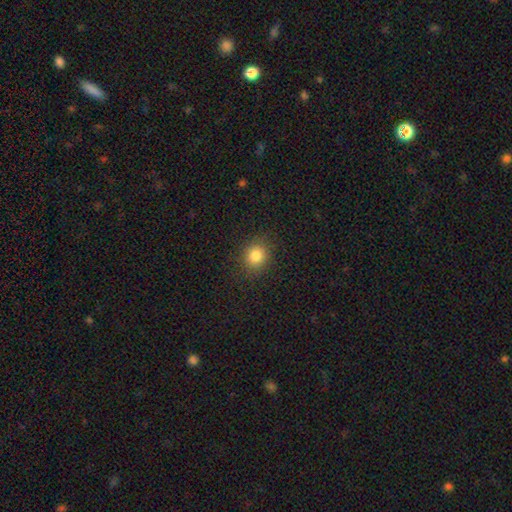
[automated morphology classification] Overall: smooth (83%). How rounded: round (74%). Merging: none (88%).